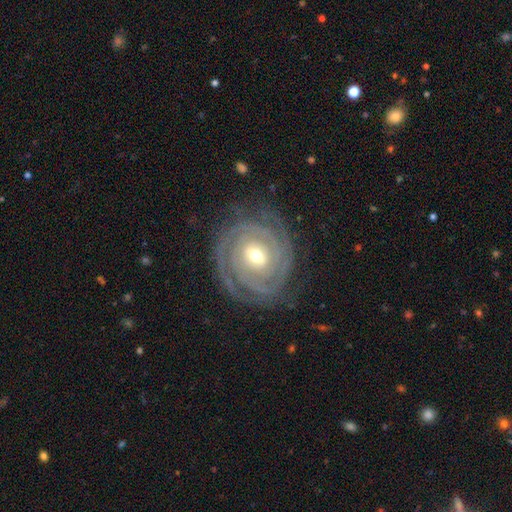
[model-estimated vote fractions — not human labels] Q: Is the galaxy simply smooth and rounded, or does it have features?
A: featured or disk — 90%.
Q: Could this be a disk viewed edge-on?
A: no — 97%.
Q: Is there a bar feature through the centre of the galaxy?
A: weak — 42%.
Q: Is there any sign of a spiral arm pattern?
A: yes — 97%.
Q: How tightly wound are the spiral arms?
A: tight — 85%.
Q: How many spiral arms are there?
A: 2 — 43%.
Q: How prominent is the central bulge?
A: moderate — 61%.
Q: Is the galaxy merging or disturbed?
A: none — 82%.